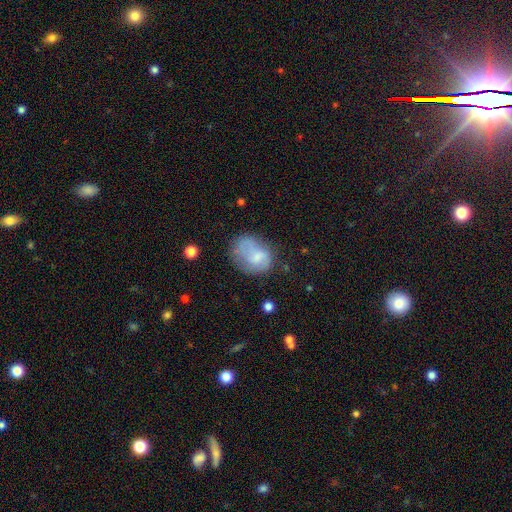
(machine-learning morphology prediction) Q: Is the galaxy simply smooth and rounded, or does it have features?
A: smooth — 60%.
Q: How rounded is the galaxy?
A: in between — 63%.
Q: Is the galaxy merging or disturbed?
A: none — 40%.